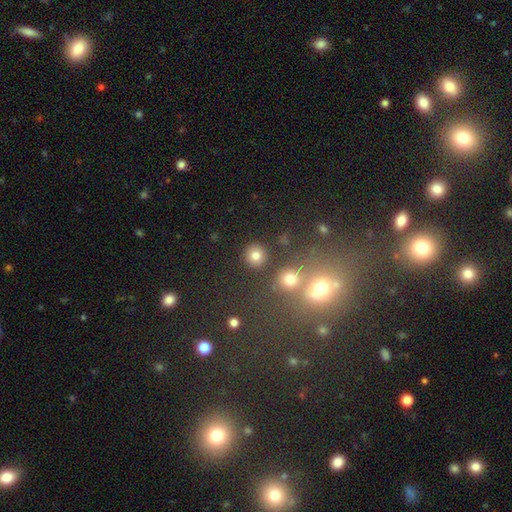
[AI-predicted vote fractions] Overall: smooth (79%). How rounded: round (91%). Merging: none (87%).